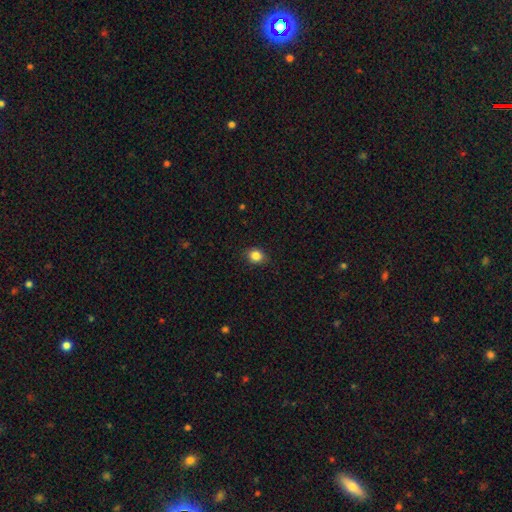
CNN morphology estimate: This appears to be a smooth galaxy with no disk features (86%) that is round (70%). Merging: none (88%).